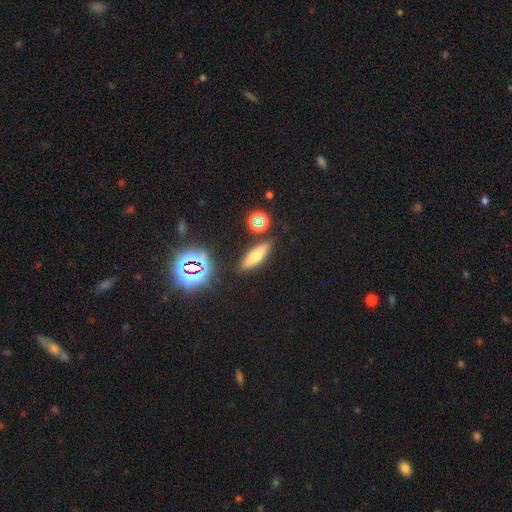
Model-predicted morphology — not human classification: Smooth or featured? smooth (56%)
How rounded? cigar-shaped (52%)
Merging? none (85%)